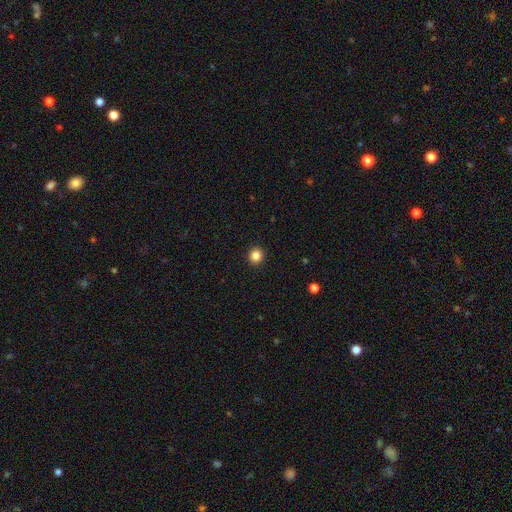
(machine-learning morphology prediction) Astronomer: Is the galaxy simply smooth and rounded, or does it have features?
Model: smooth — 85%.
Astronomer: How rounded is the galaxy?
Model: round — 92%.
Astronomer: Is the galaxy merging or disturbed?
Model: none — 93%.